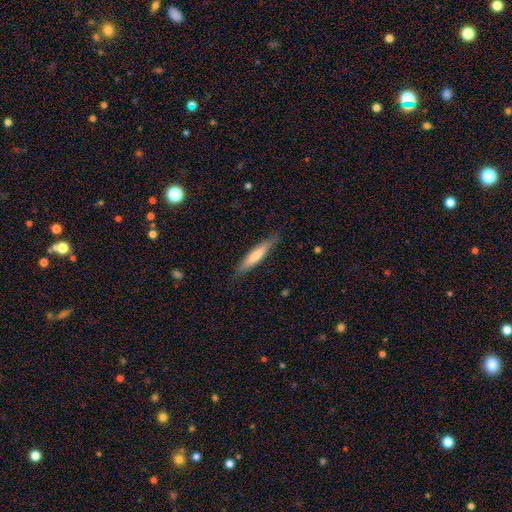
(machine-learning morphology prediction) A smooth galaxy with no disk features (68%) that is cigar-shaped (89%). Merging: none (84%).